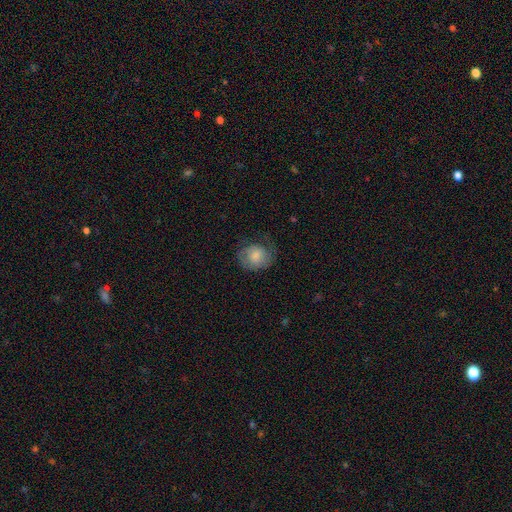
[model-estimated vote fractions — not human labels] A smooth galaxy with no disk features (62%) that is round (64%).

Vote fractions:
- Smooth or featured? smooth: 62% / featured or disk: 31% / star or artifact: 8%
- How rounded? round: 64% / in between: 36% / cigar-shaped: 1%
- Merging? none: 55% / minor disturbance: 27% / major disturbance: 17% / merger: 1%